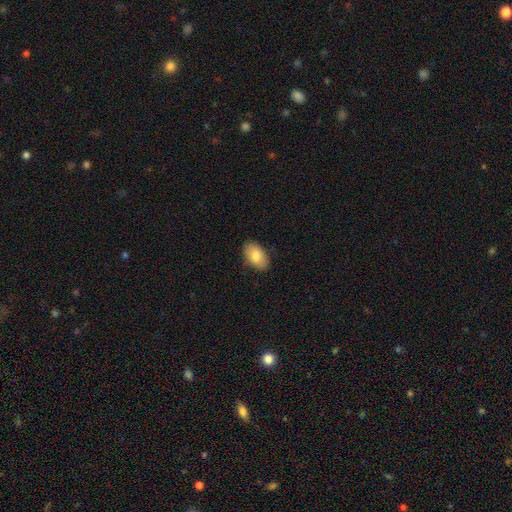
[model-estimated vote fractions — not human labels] The model was most divided on "smooth or featured": smooth: 82%, featured or disk: 12%, star or artifact: 6%. More confident: how rounded — in between (94%); merging — none (86%).